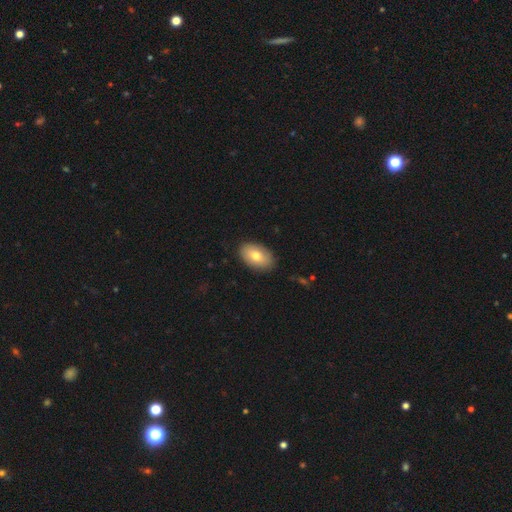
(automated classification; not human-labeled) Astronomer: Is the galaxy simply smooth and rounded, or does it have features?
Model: smooth — 73%.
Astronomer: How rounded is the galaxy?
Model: in between — 92%.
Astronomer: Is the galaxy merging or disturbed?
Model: none — 87%.